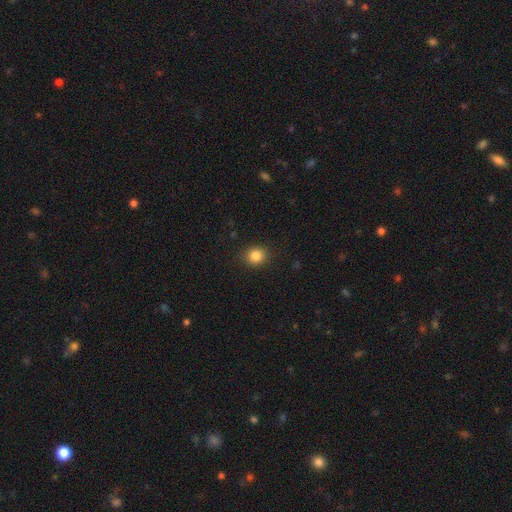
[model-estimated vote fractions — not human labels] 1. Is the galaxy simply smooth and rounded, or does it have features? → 84% smooth, 11% star or artifact, 5% featured or disk.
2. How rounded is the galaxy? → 76% round, 23% in between, 1% cigar-shaped.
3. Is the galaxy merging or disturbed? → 88% none, 8% minor disturbance, 2% major disturbance, 1% merger.